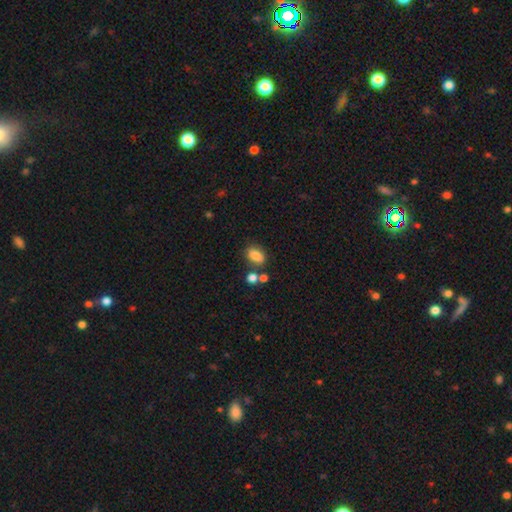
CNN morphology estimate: The model was most divided on "merging": none: 67%, minor disturbance: 14%, merger: 14%, major disturbance: 4%. More confident: how rounded — in between (82%); smooth or featured — smooth (82%).